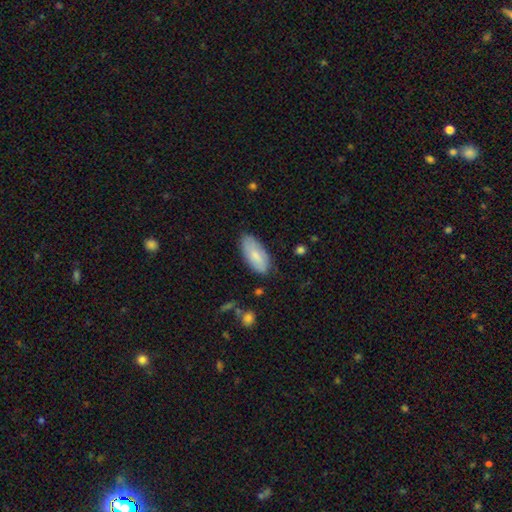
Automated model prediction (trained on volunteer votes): The model was most divided on "merging": none: 77%, minor disturbance: 19%, major disturbance: 3%, merger: 1%. More confident: how rounded — in between (91%); smooth or featured — smooth (78%).